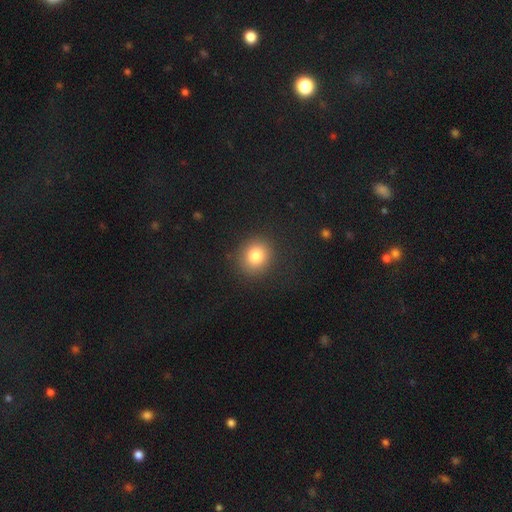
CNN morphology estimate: Smooth or featured?
  - smooth: 81% *
  - star or artifact: 11%
  - featured or disk: 8%
How rounded?
  - round: 83% *
  - in between: 16%
  - cigar-shaped: 1%
Merging?
  - none: 89% *
  - minor disturbance: 7%
  - major disturbance: 3%
  - merger: 1%